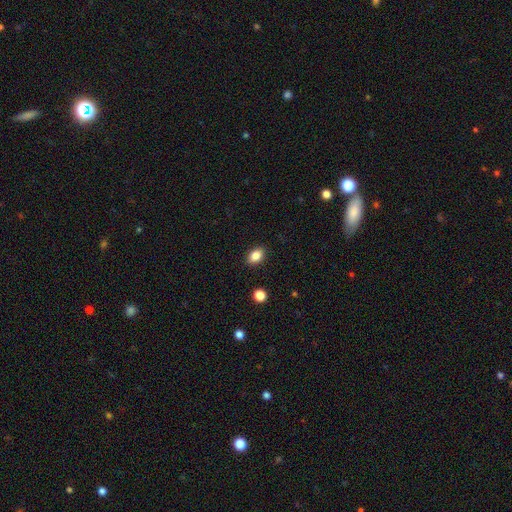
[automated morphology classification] This appears to be a smooth galaxy with no disk features (85%) that is in between round and cigar-shaped (83%). Merging: none (89%).